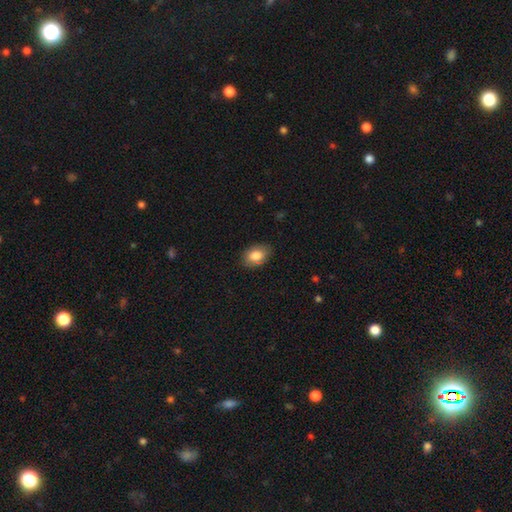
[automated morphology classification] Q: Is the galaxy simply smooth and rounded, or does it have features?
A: smooth — 82%.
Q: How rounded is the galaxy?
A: in between — 80%.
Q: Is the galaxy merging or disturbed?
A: none — 83%.